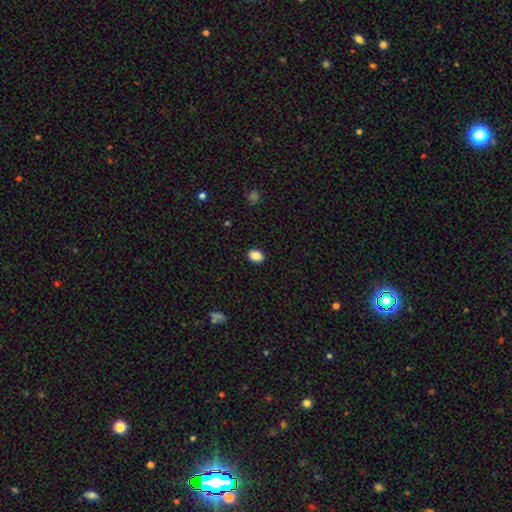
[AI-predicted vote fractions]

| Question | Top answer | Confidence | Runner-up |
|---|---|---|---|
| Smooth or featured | smooth | 88% | star or artifact (8%) |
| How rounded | in between | 73% | round (26%) |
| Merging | none | 89% | minor disturbance (8%) |